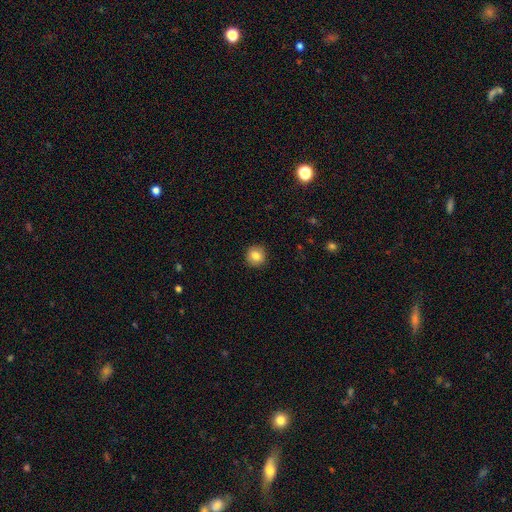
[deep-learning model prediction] Smooth or featured: smooth — 83% (star or artifact — 9%)
How rounded: round — 92% (in between — 7%)
Merging: none — 91% (minor disturbance — 6%)